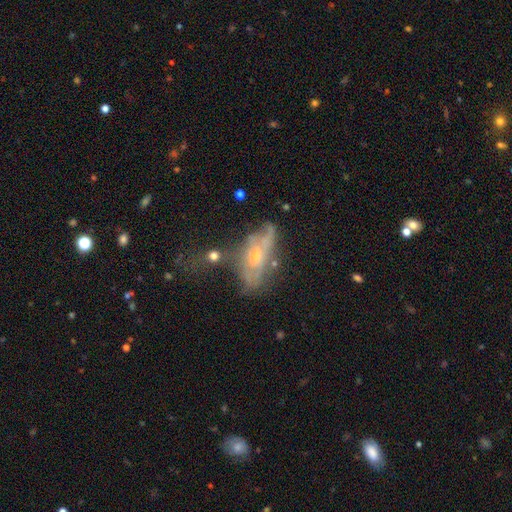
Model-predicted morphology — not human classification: A featured or disk galaxy (59%).

Vote fractions:
- Smooth or featured? featured or disk: 59% / smooth: 30% / star or artifact: 11%
- Edge-on disk? no: 77% / yes: 23%
- Merging? none: 35% / major disturbance: 26% / minor disturbance: 25% / merger: 14%